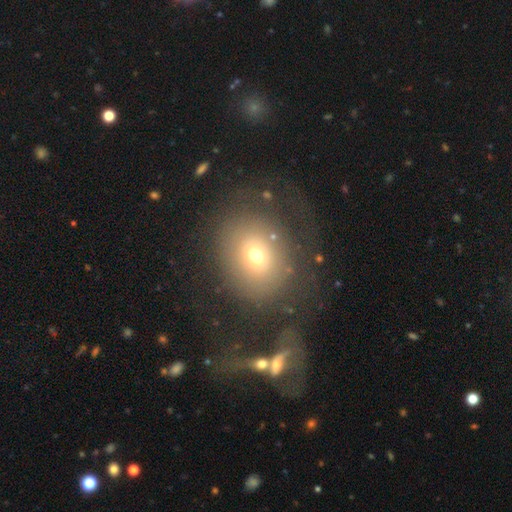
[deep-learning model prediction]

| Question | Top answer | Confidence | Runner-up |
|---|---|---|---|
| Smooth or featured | smooth | 60% | featured or disk (26%) |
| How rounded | round | 61% | in between (38%) |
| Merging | none | 55% | major disturbance (21%) |